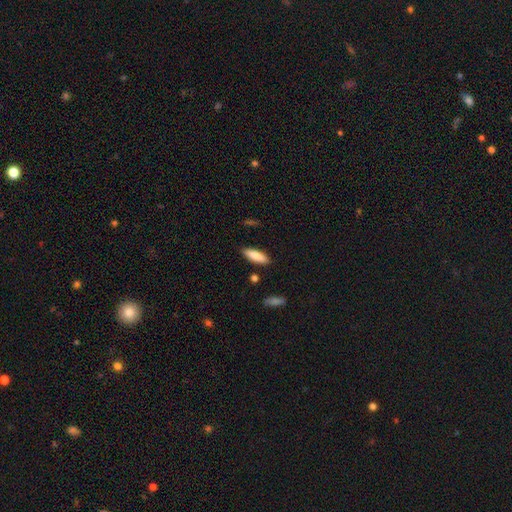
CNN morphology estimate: Q: Smooth or featured?
A: smooth (86%); runner-up: featured or disk (8%)
Q: How rounded?
A: in between (52%); runner-up: cigar-shaped (46%)
Q: Merging?
A: none (85%); runner-up: minor disturbance (10%)